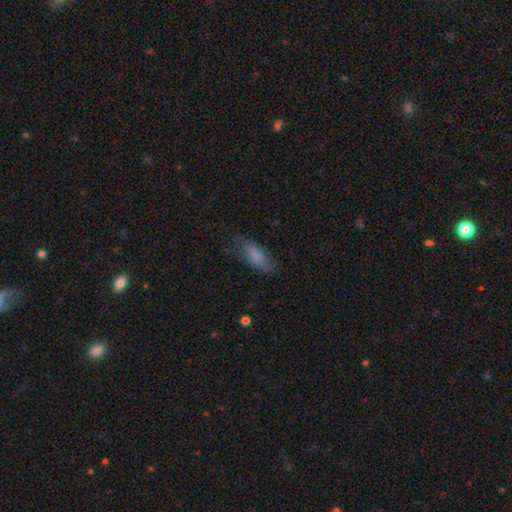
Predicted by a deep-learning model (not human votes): Smooth or featured: smooth — 76% (featured or disk — 16%)
How rounded: in between — 73% (cigar-shaped — 25%)
Merging: none — 60% (minor disturbance — 26%)